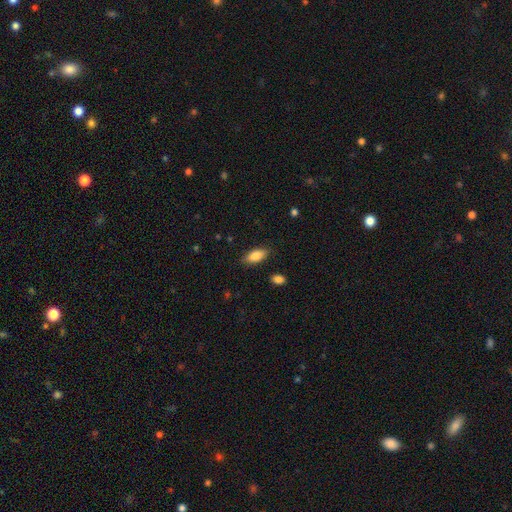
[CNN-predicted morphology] Smooth or featured?
  - smooth: 86% *
  - featured or disk: 7%
  - star or artifact: 7%
How rounded?
  - in between: 87% *
  - cigar-shaped: 11%
  - round: 3%
Merging?
  - none: 85% *
  - minor disturbance: 11%
  - major disturbance: 3%
  - merger: 1%